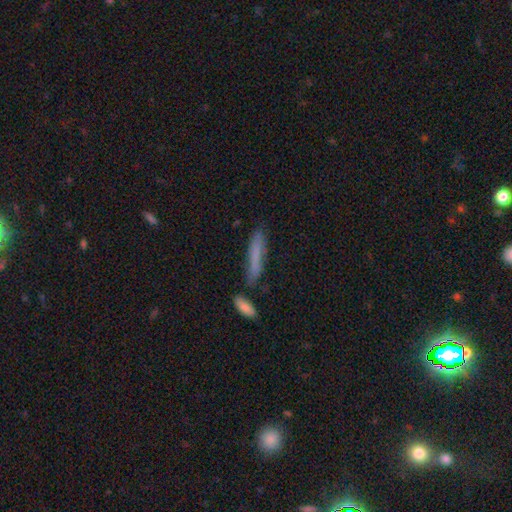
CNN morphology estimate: Overall: smooth (71%). How rounded: cigar-shaped (89%). Merging: none (74%).